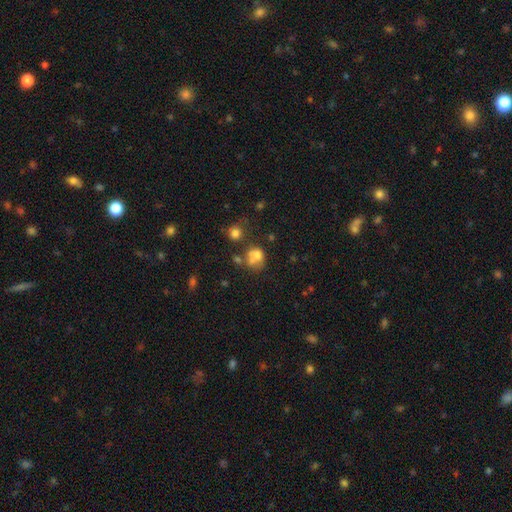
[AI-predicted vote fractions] Morphology: type=smooth (63%); roundness=round (58%); merging=merger (40%).